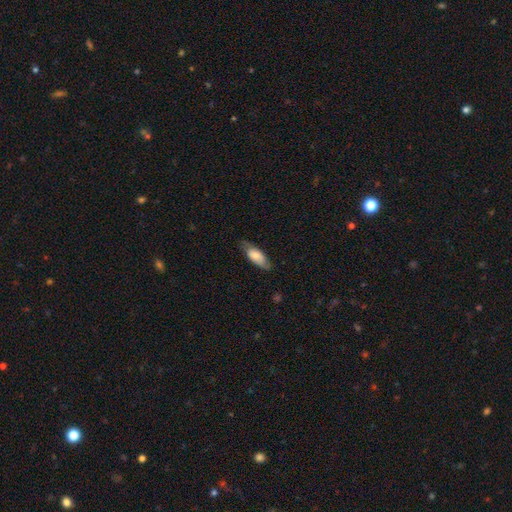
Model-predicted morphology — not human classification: Smooth or featured: smooth — 70% (featured or disk — 24%)
How rounded: in between — 74% (cigar-shaped — 24%)
Merging: none — 69% (minor disturbance — 24%)